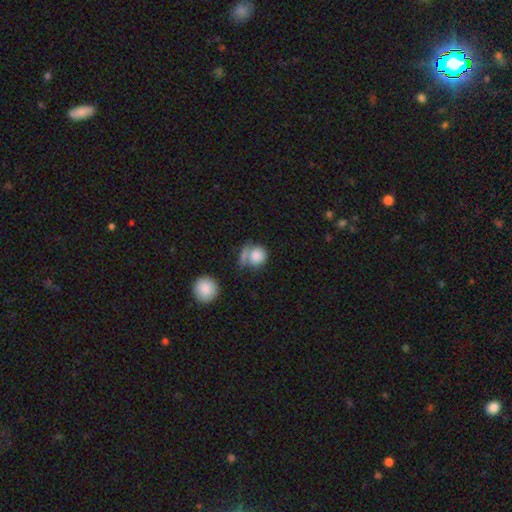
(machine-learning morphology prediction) The model was most divided on "merging": none: 50%, merger: 24%, minor disturbance: 16%, major disturbance: 10%. More confident: smooth or featured — smooth (81%); how rounded — round (81%).